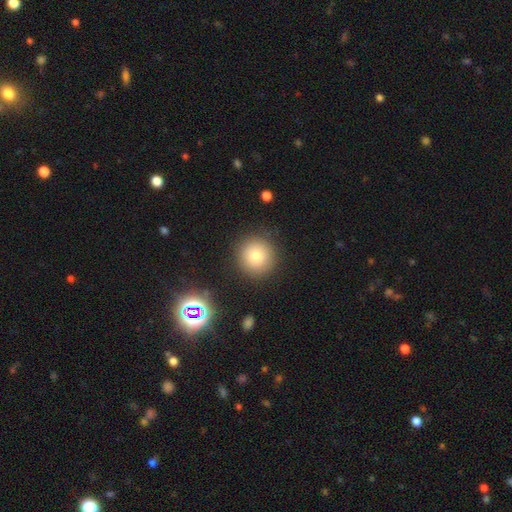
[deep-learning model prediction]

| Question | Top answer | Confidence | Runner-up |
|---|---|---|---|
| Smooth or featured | smooth | 77% | star or artifact (14%) |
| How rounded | round | 94% | in between (5%) |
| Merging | none | 89% | minor disturbance (7%) |